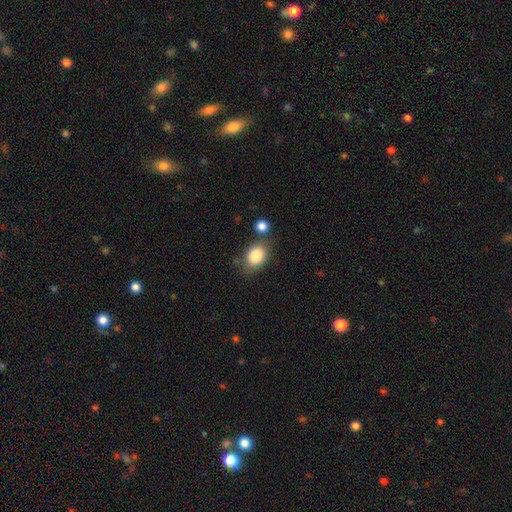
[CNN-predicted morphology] Smooth or featured? smooth (84%)
How rounded? in between (66%)
Merging? none (65%)